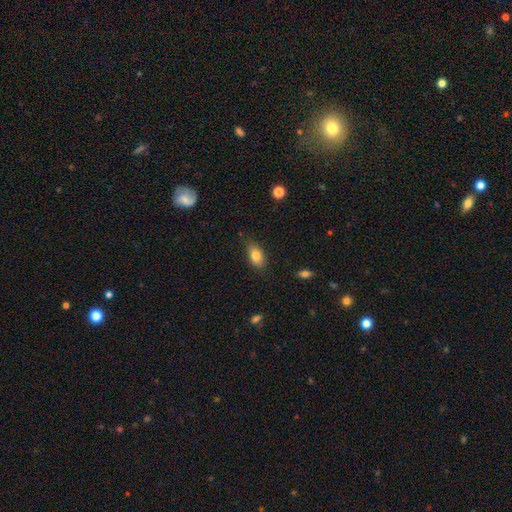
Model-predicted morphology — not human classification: Smooth or featured: smooth — 81% (featured or disk — 11%)
How rounded: in between — 87% (round — 9%)
Merging: none — 79% (minor disturbance — 17%)